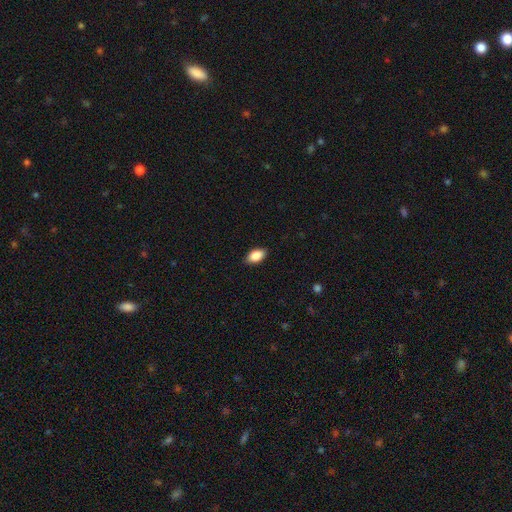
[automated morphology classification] smooth-or-featured: smooth: 87% | star or artifact: 7% | featured or disk: 6%
  how-rounded: in between: 92% | round: 6% | cigar-shaped: 3%
  merging: none: 87% | minor disturbance: 10% | major disturbance: 2% | merger: 1%